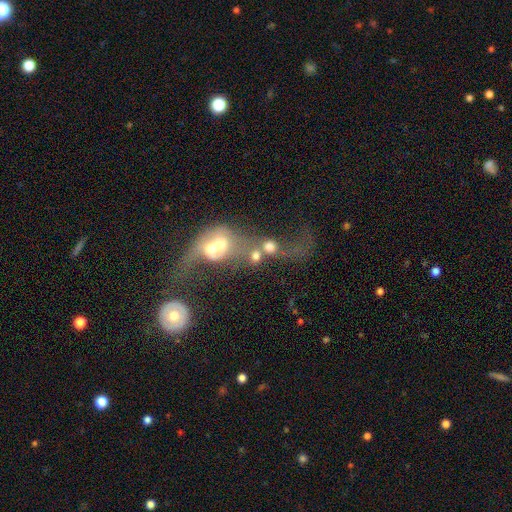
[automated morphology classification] Q: Smooth or featured?
A: smooth (55%); runner-up: featured or disk (29%)
Q: How rounded?
A: round (64%); runner-up: in between (33%)
Q: Merging?
A: merger (69%); runner-up: major disturbance (14%)